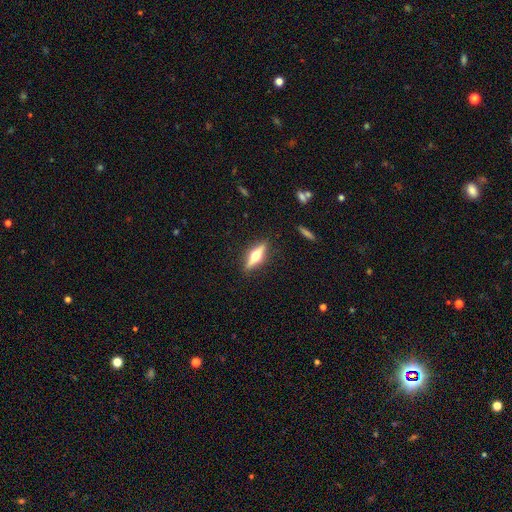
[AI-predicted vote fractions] smooth-or-featured: featured or disk: 63% | smooth: 31% | star or artifact: 6%
  disk-edge-on: yes: 95% | no: 5%
    edge-on-bulge: rounded: 95% | boxy: 3% | none: 2%
  merging: none: 89% | minor disturbance: 8% | major disturbance: 2% | merger: 1%